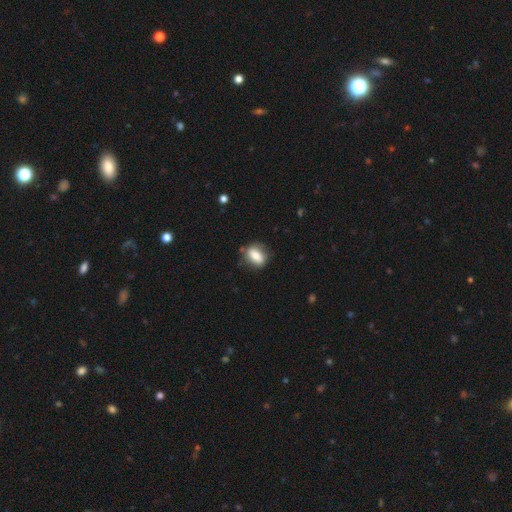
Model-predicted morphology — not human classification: smooth 74%, featured or disk 19%, star or artifact 8%. Down the decision tree: how rounded — in between (74%); merging — none (74%).